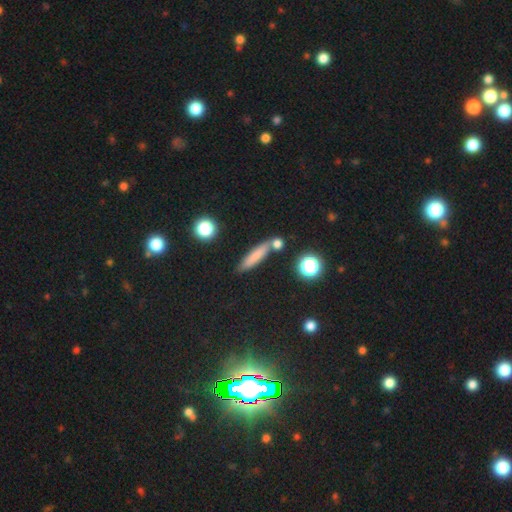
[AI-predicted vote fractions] Overall: smooth (74%). How rounded: cigar-shaped (83%). Merging: none (75%).